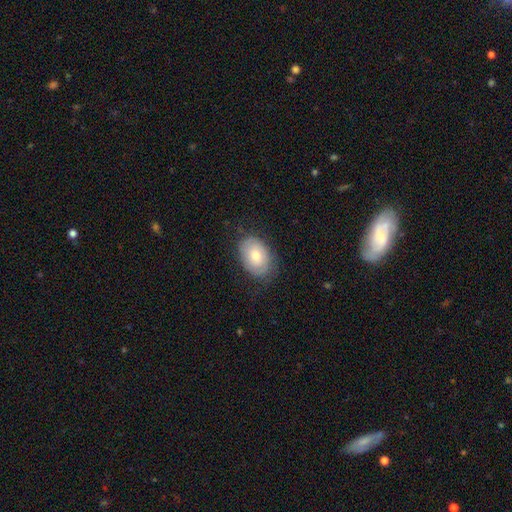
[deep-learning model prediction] Smooth or featured?
  - smooth: 67% *
  - featured or disk: 27%
  - star or artifact: 6%
How rounded?
  - in between: 85% *
  - round: 14%
  - cigar-shaped: 1%
Merging?
  - none: 74% *
  - minor disturbance: 19%
  - major disturbance: 6%
  - merger: 1%